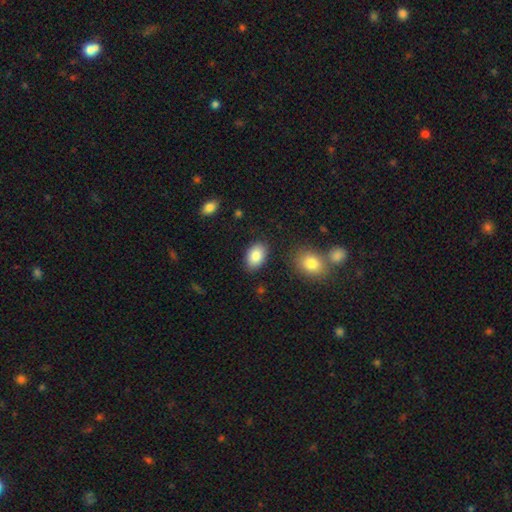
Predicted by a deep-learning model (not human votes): A smooth galaxy with no disk features (87%) that is in between round and cigar-shaped (90%). Merging: none (84%).